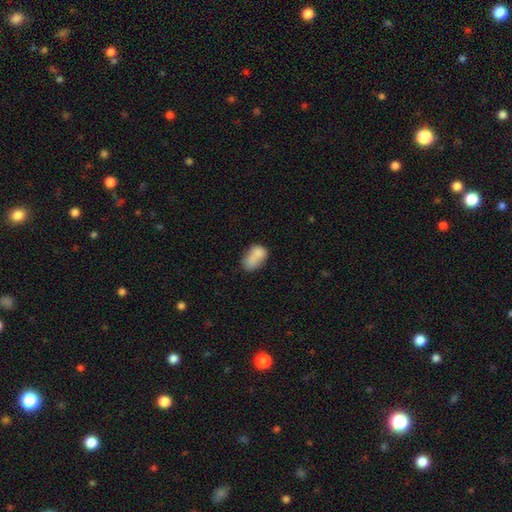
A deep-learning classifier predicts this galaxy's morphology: A smooth galaxy with no disk features (75%) that is in between round and cigar-shaped (81%).

Vote fractions:
- Smooth or featured? smooth: 75% / featured or disk: 16% / star or artifact: 9%
- How rounded? in between: 81% / round: 18% / cigar-shaped: 2%
- Merging? merger: 38% / none: 30% / minor disturbance: 21% / major disturbance: 11%